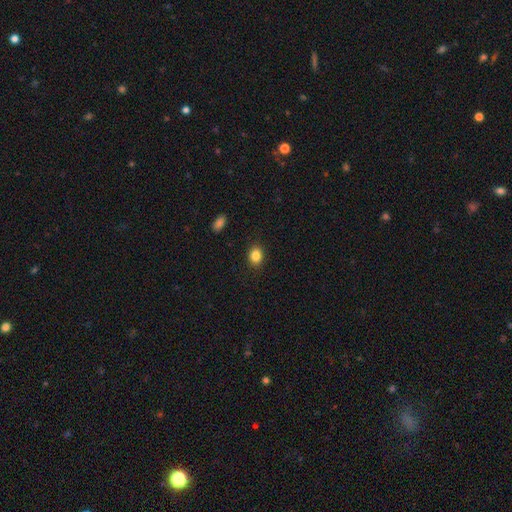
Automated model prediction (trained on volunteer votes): Smooth or featured? smooth (85%)
How rounded? in between (51%)
Merging? none (89%)